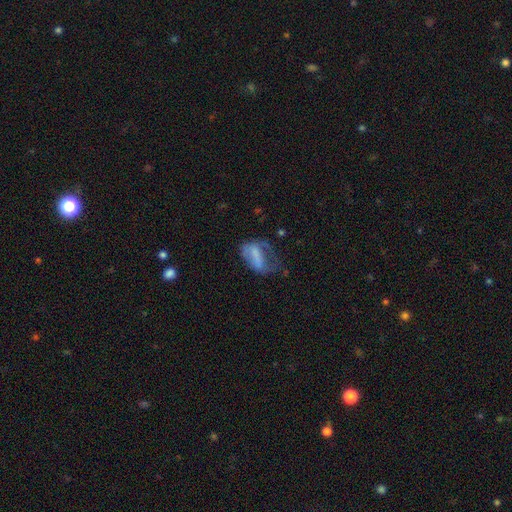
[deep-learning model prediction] smooth_or_featured: smooth (p=0.53) [alt: featured or disk p=0.36]
how_rounded: in between (p=0.86) [alt: round p=0.09]
merging: major disturbance (p=0.49) [alt: minor disturbance p=0.24]